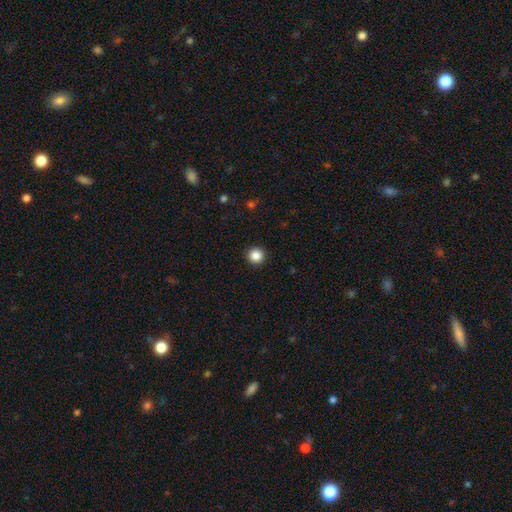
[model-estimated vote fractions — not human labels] Smooth or featured? smooth (86%)
How rounded? round (96%)
Merging? none (94%)